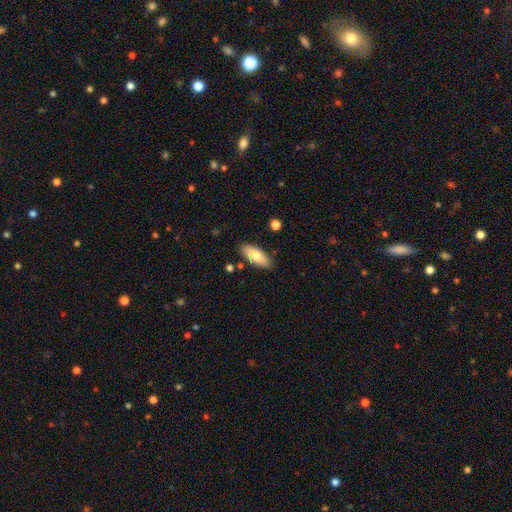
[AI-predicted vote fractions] Morphology: type=smooth (77%); roundness=in between (82%); merging=none (85%).